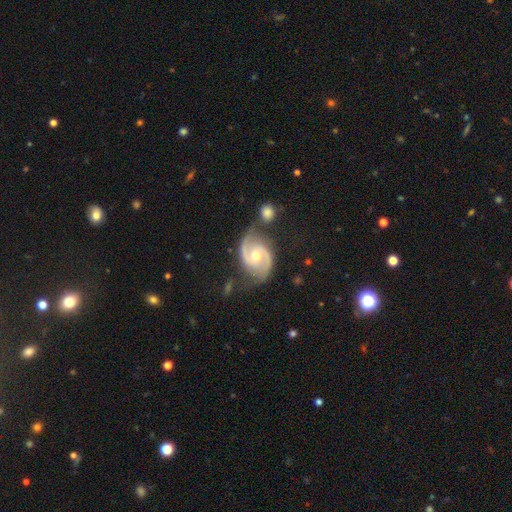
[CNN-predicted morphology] Smooth or featured?
  - featured or disk: 91% *
  - smooth: 4%
  - star or artifact: 4%
Edge-on disk?
  - no: 98% *
  - yes: 2%
Bar?
  - no: 54% *
  - weak: 36%
  - strong: 10%
Spiral arms?
  - yes: 98% *
  - no: 2%
Spiral winding?
  - medium: 57% *
  - tight: 28%
  - loose: 15%
Spiral arm count?
  - 2: 94% *
  - can't tell: 2%
  - 3: 1%
  - 1: 1%
  - 4: 1%
  - more than 4: 1%
Bulge size?
  - moderate: 73% *
  - small: 22%
  - large: 3%
  - none: 1%
  - dominant: 1%
Merging?
  - none: 66% *
  - minor disturbance: 19%
  - merger: 8%
  - major disturbance: 6%